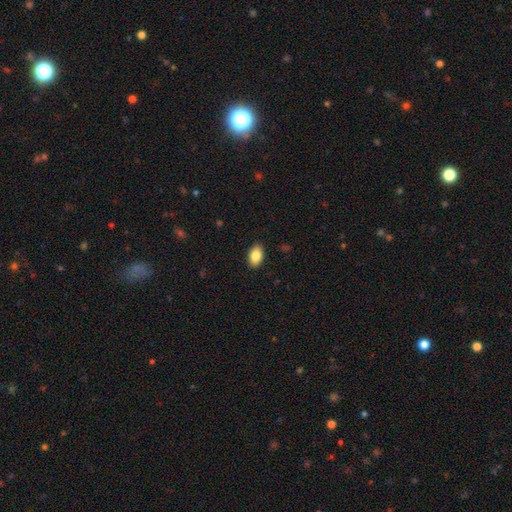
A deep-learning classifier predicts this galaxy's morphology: Smooth or featured? Predicted: smooth (p=0.84). How rounded? Predicted: in between (p=0.92). Merging? Predicted: none (p=0.90).